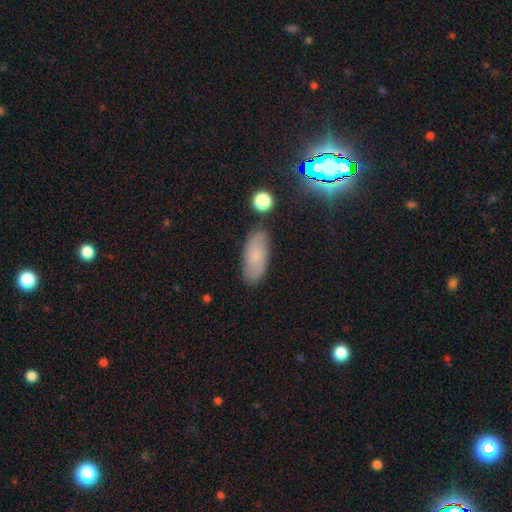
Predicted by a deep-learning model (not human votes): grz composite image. It shows a smooth galaxy with no disk features (68%) that is in between round and cigar-shaped (81%). Merging: none (83%).